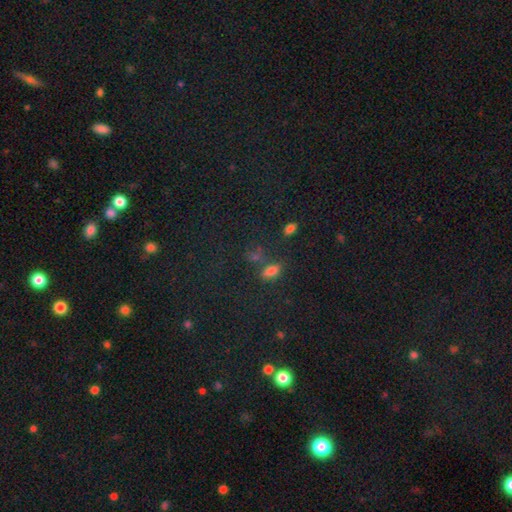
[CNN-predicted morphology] Q: Smooth or featured?
A: smooth (60%); runner-up: star or artifact (29%)
Q: How rounded?
A: in between (75%); runner-up: round (17%)
Q: Merging?
A: none (62%); runner-up: merger (19%)